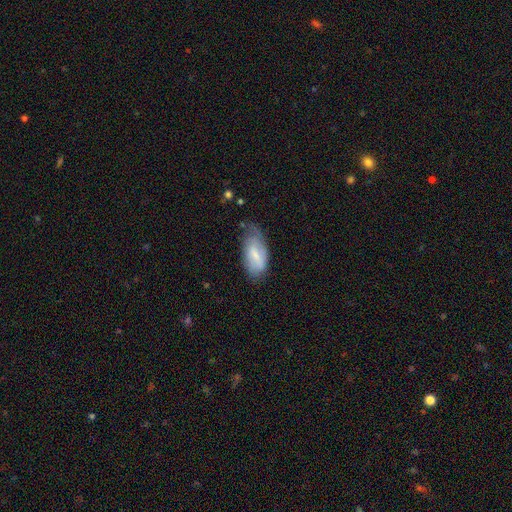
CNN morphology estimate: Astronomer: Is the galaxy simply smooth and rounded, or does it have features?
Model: smooth — 61%.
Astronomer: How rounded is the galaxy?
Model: in between — 90%.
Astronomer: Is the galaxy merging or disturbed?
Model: none — 46% (runner-up: minor disturbance, 39%).